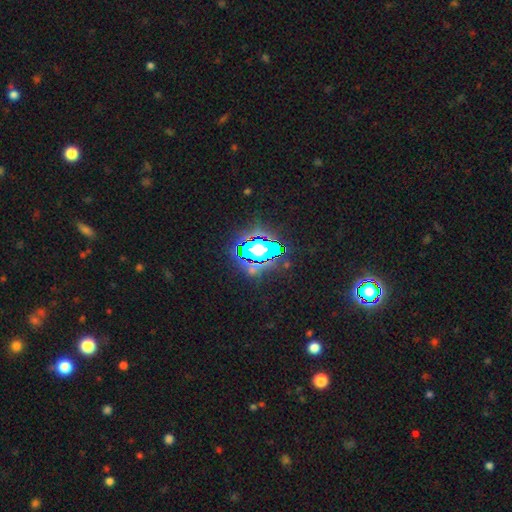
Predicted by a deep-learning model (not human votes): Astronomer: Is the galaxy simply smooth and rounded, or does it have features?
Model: star or artifact — 71%.